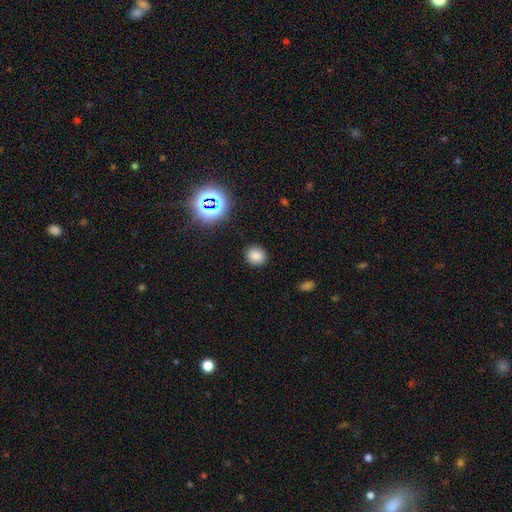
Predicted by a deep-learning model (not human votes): Smooth or featured?
  - smooth: 81% *
  - star or artifact: 15%
  - featured or disk: 5%
How rounded?
  - round: 80% *
  - in between: 19%
  - cigar-shaped: 1%
Merging?
  - none: 90% *
  - minor disturbance: 7%
  - major disturbance: 2%
  - merger: 1%